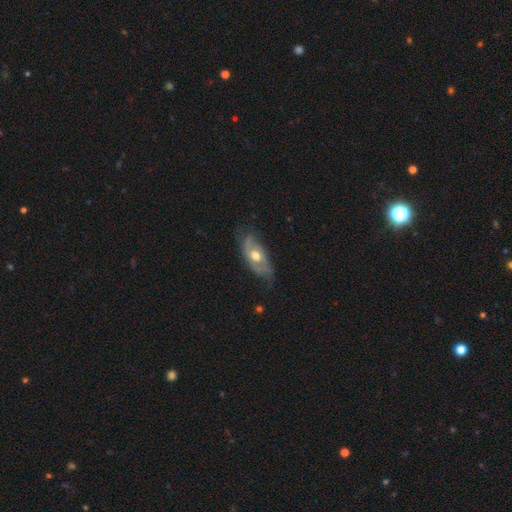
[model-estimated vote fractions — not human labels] Smooth or featured? Predicted: featured or disk (p=0.64). Edge-on disk? Predicted: no (p=0.84). Bar? Predicted: no (p=0.71). Spiral arms? Predicted: yes (p=0.70). Bulge size? Predicted: moderate (p=0.77). Merging? Predicted: none (p=0.59).